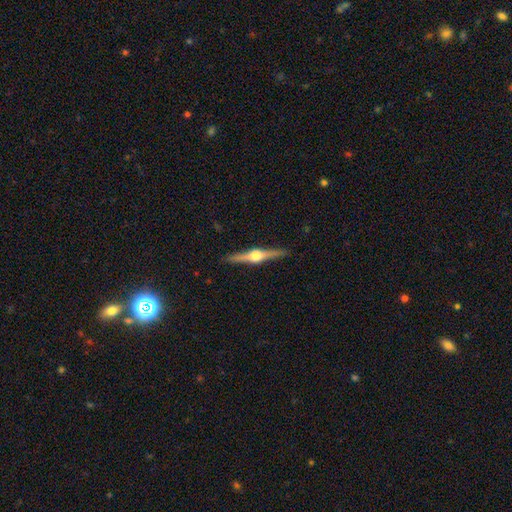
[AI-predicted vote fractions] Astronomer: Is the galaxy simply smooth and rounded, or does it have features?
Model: featured or disk — 82%.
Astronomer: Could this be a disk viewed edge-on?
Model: yes — 98%.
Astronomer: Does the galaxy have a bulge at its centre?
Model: rounded — 95%.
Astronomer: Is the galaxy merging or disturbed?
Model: none — 91%.